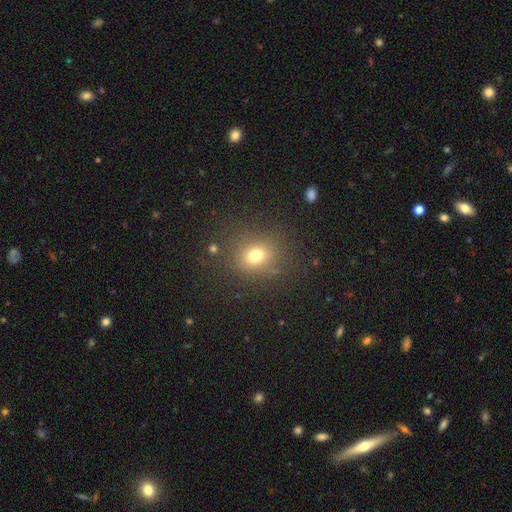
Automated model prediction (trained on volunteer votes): Smooth or featured: smooth — 73% (star or artifact — 18%)
How rounded: round — 70% (in between — 29%)
Merging: none — 82% (minor disturbance — 10%)